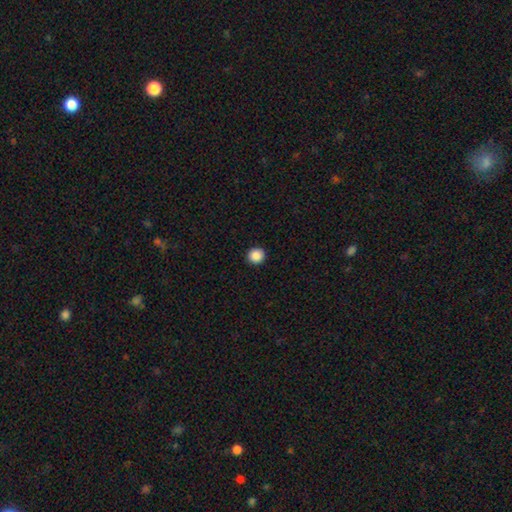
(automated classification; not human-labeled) Smooth or featured? Predicted: smooth (p=0.88). How rounded? Predicted: round (p=0.92). Merging? Predicted: none (p=0.93).